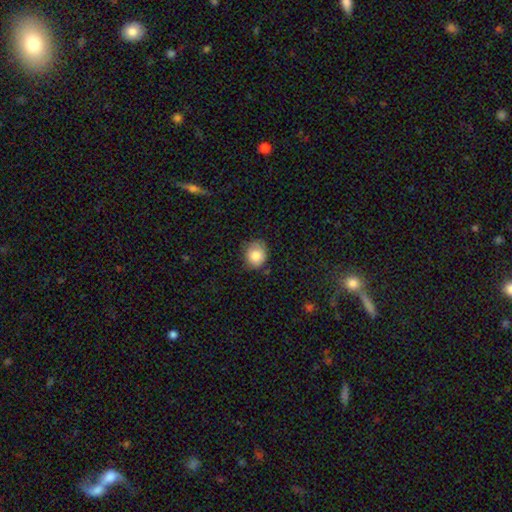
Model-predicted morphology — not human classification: Smooth or featured?
  - smooth: 81% *
  - featured or disk: 10%
  - star or artifact: 9%
How rounded?
  - round: 71% *
  - in between: 28%
  - cigar-shaped: 1%
Merging?
  - none: 71% *
  - minor disturbance: 23%
  - major disturbance: 4%
  - merger: 2%